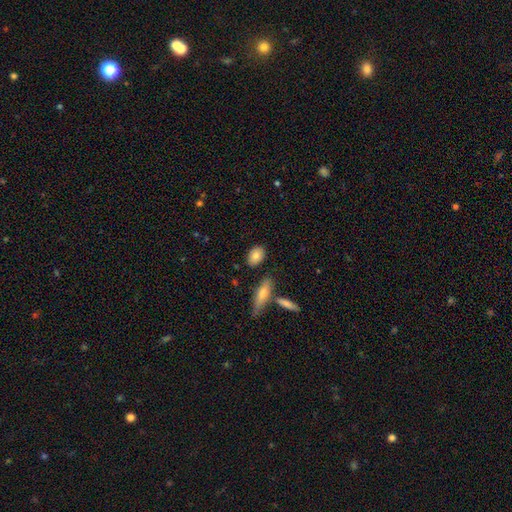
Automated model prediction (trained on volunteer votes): Smooth or featured: smooth — 82% (featured or disk — 11%)
How rounded: in between — 82% (round — 15%)
Merging: none — 81% (minor disturbance — 11%)